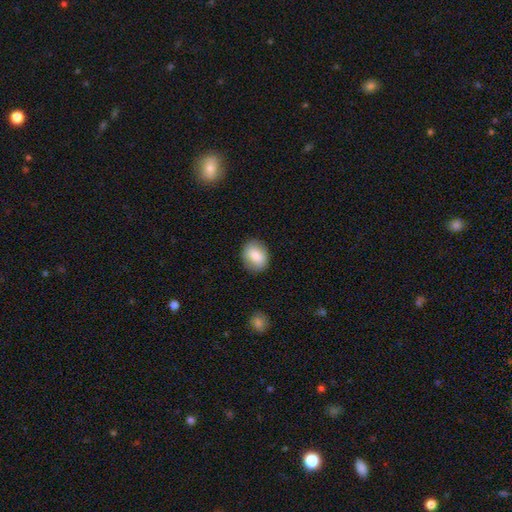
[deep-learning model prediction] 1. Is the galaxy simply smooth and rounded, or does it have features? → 83% smooth, 10% featured or disk, 7% star or artifact.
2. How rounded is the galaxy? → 50% in between, 49% round, 1% cigar-shaped.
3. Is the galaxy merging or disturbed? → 85% none, 11% minor disturbance, 3% major disturbance, 1% merger.